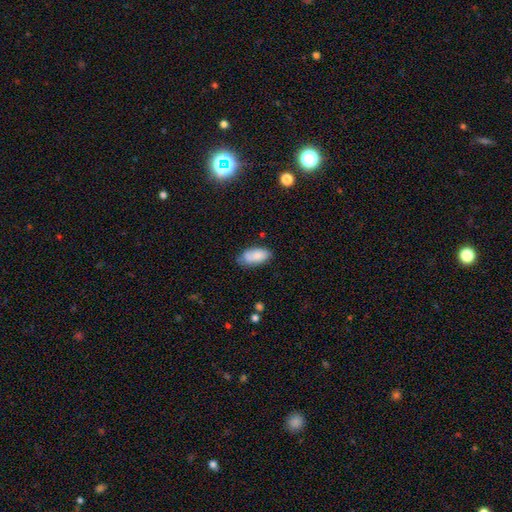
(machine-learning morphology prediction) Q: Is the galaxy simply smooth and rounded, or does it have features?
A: smooth — 80%.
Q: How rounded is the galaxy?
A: in between — 93%.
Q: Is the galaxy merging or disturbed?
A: none — 64%.